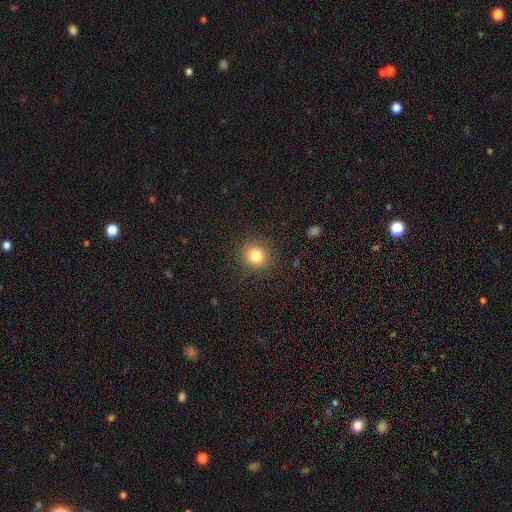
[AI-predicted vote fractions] This is clearly a smooth galaxy (82%). How rounded: clearly round (91%). Merging: clearly none (90%).